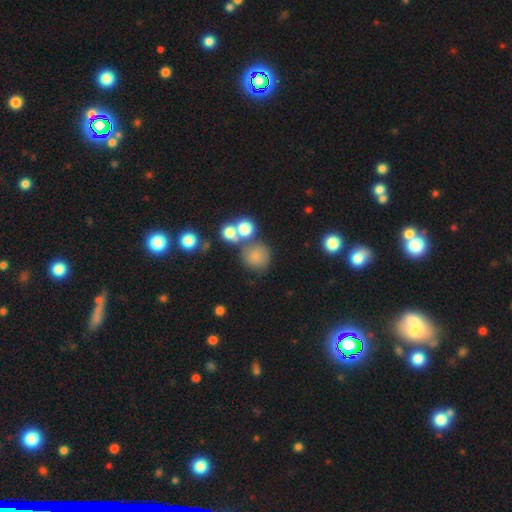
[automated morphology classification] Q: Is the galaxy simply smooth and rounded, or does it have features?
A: smooth — 75%.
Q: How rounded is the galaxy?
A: round — 86%.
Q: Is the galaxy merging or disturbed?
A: none — 58%.